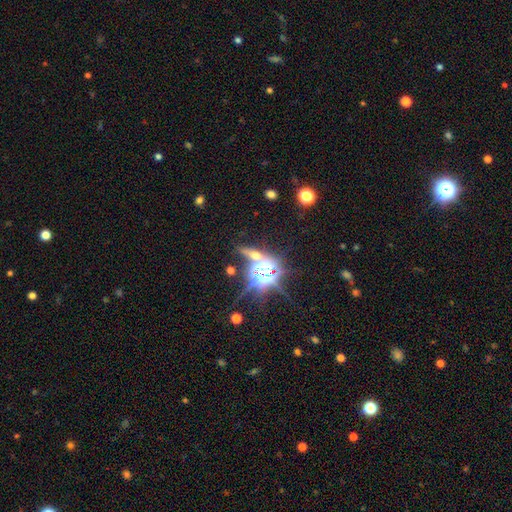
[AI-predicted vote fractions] A star or artifact, not a galaxy (57%).